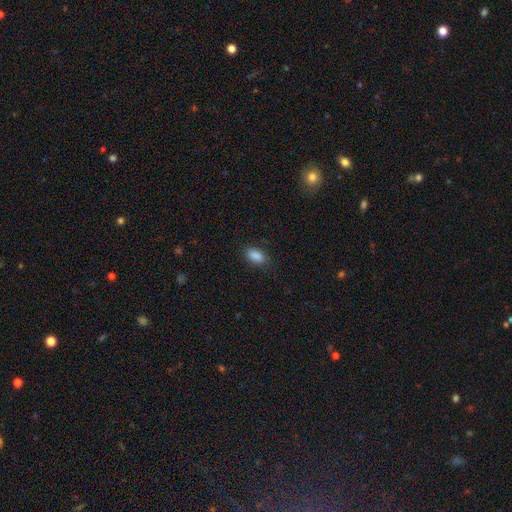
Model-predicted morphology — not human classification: Q: Smooth or featured?
A: smooth (88%); runner-up: star or artifact (8%)
Q: How rounded?
A: in between (91%); runner-up: round (5%)
Q: Merging?
A: none (86%); runner-up: minor disturbance (11%)